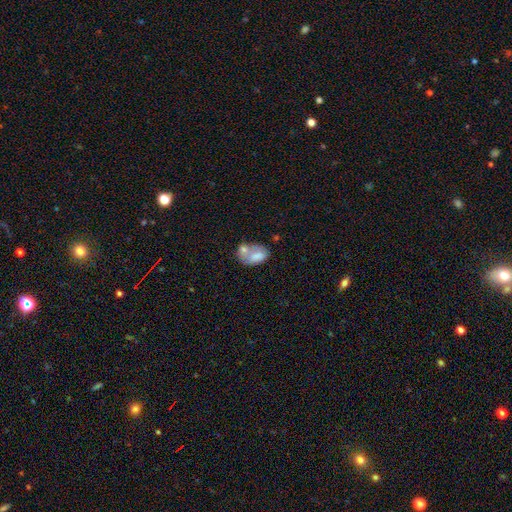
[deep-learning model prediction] Smooth or featured? Predicted: smooth (p=0.69). How rounded? Predicted: in between (p=0.85). Merging? Predicted: merger (p=0.45).